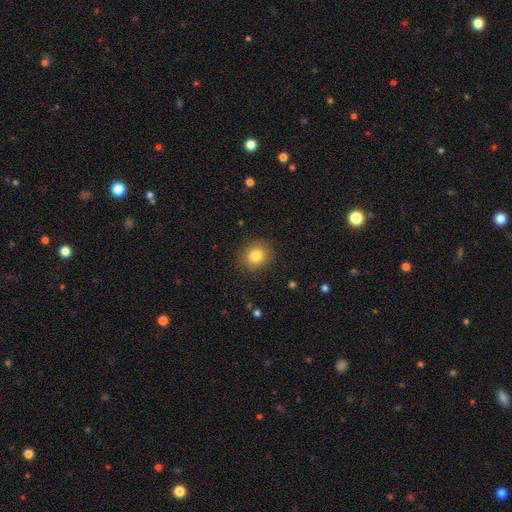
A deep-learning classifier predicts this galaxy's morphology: This appears to be a smooth galaxy with no disk features (82%) that is round (80%). Merging: none (88%).